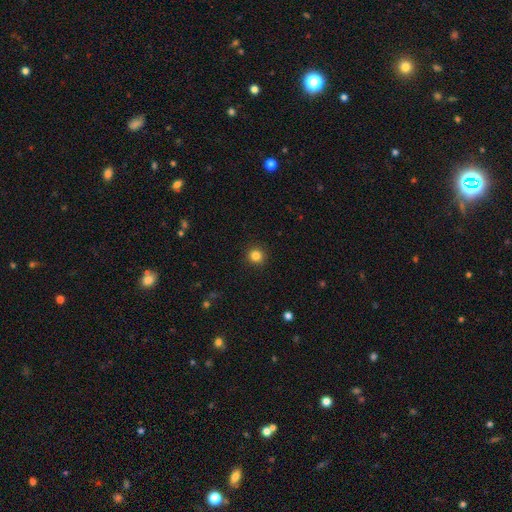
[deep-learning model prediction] This appears to be a smooth galaxy with no disk features (83%) that is round (94%). Merging: none (92%).